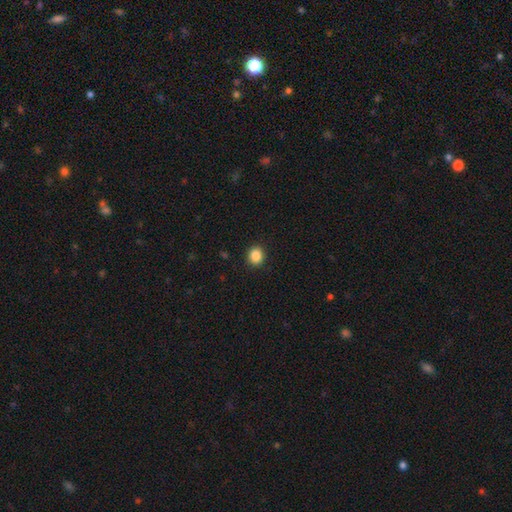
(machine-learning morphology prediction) This appears to be a smooth galaxy with no disk features (87%) that is round (78%). Merging: none (91%).